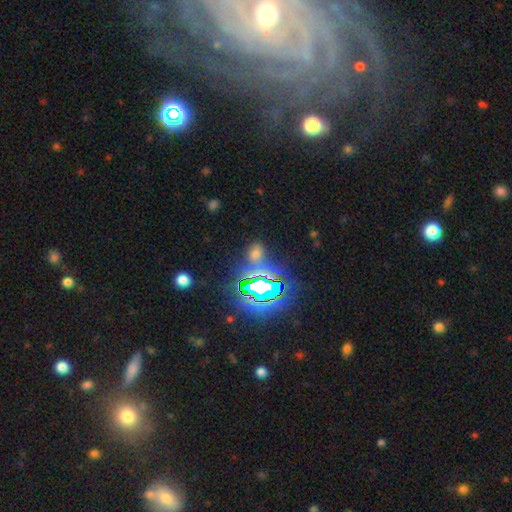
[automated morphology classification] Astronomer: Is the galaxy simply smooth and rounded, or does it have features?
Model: star or artifact — 75%.